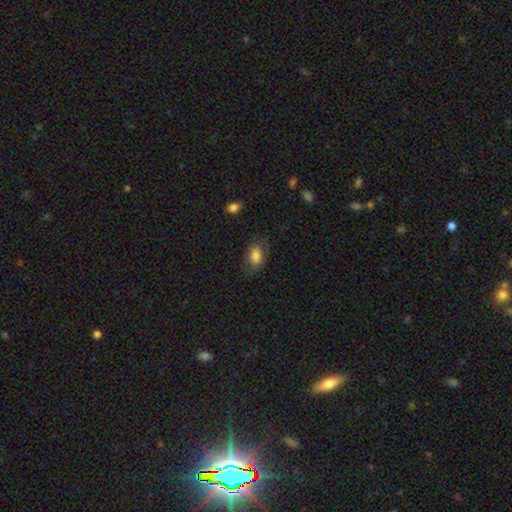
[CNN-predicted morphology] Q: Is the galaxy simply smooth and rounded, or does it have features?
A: smooth — 81%.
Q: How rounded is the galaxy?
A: in between — 86%.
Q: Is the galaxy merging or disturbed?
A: none — 72%.